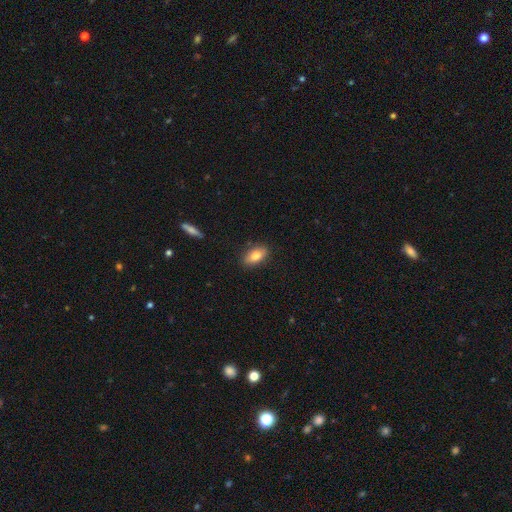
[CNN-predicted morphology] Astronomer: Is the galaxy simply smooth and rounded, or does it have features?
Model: smooth — 78%.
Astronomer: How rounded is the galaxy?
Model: in between — 88%.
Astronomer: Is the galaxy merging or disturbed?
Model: none — 87%.